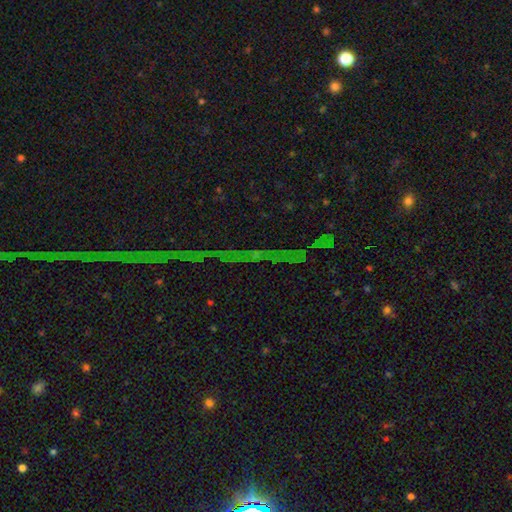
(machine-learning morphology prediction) A star or artifact, not a galaxy (84%).

Vote fractions:
- Smooth or featured? star or artifact: 84% / featured or disk: 9% / smooth: 7%